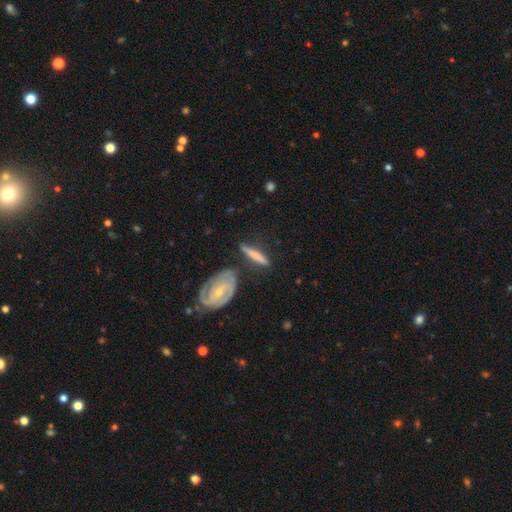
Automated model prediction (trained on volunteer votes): Smooth or featured? featured or disk (50%)
Edge-on disk? yes (66%)
Merging? none (67%)